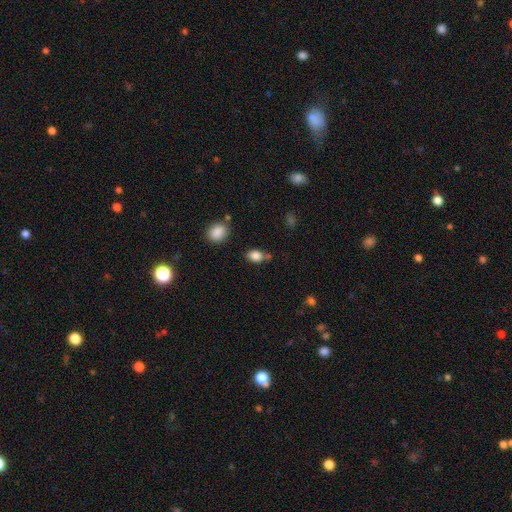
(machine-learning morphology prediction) This is clearly a smooth galaxy (85%). How rounded: likely in between (77%). Merging: likely none (65%).